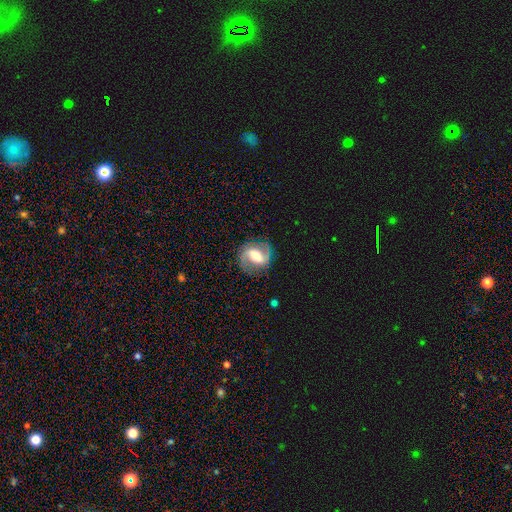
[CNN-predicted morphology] Smooth or featured: featured or disk — 79% (smooth — 15%)
Edge-on disk: no — 96% (yes — 4%)
Bar: weak — 41% (strong — 39%)
Spiral arms: yes — 91% (no — 9%)
Spiral winding: medium — 47% (loose — 32%)
Spiral arm count: 2 — 89% (can't tell — 5%)
Bulge size: moderate — 63% (large — 20%)
Merging: none — 80% (minor disturbance — 13%)